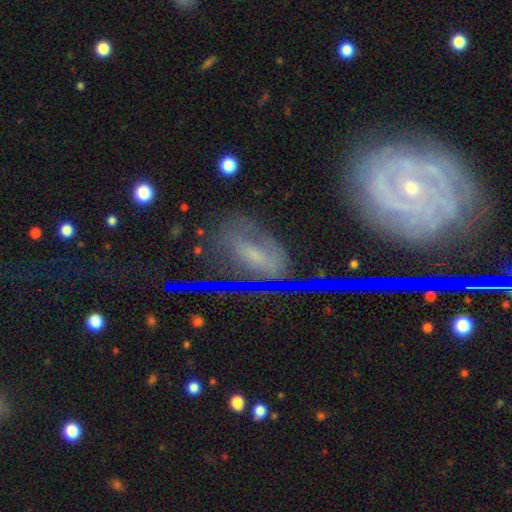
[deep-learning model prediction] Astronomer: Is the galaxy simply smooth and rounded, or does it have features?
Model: featured or disk — 46% (runner-up: star or artifact, 28%).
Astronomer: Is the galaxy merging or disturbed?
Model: none — 67%.